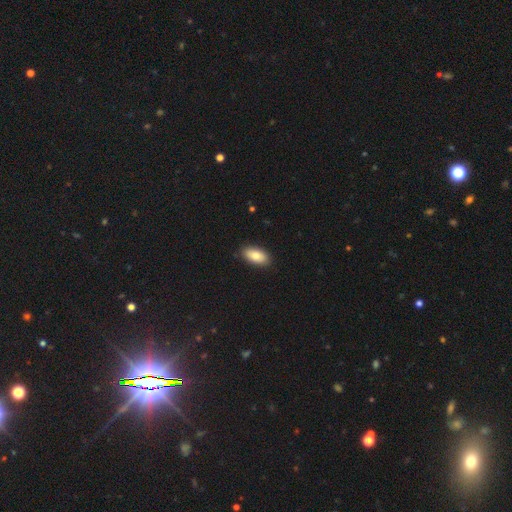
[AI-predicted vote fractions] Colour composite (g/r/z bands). It shows a smooth galaxy with no disk features (82%) that is in between round and cigar-shaped (93%). Merging: none (88%).